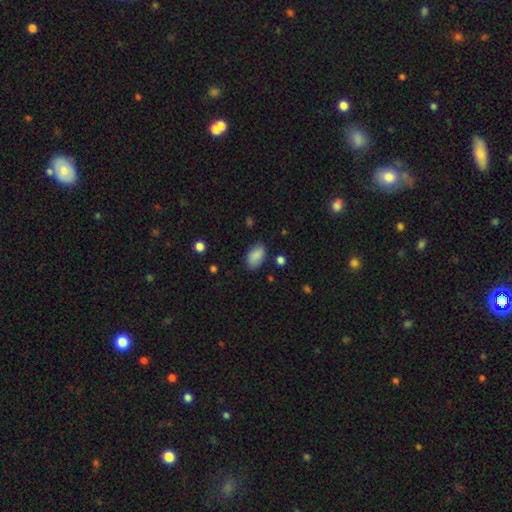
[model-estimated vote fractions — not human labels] A smooth galaxy with no disk features (86%) that is in between round and cigar-shaped (91%). Merging: none (77%).